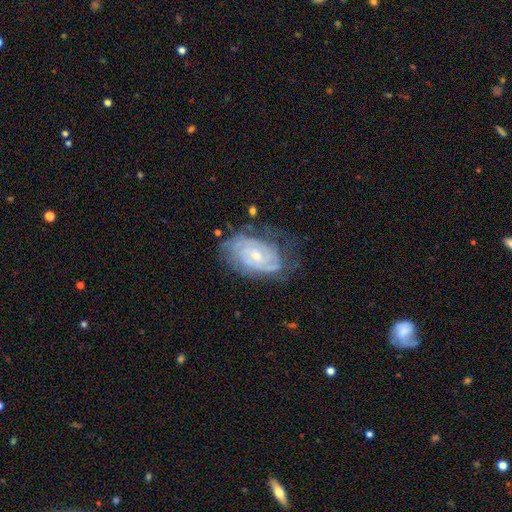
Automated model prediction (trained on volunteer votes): Smooth or featured? Predicted: featured or disk (p=0.84). Edge-on disk? Predicted: no (p=0.96). Bar? Predicted: no (p=0.60). Spiral arms? Predicted: yes (p=0.95). Spiral winding? Predicted: tight (p=0.74). Spiral arm count? Predicted: 2 (p=0.37). Bulge size? Predicted: small (p=0.57). Merging? Predicted: none (p=0.65).